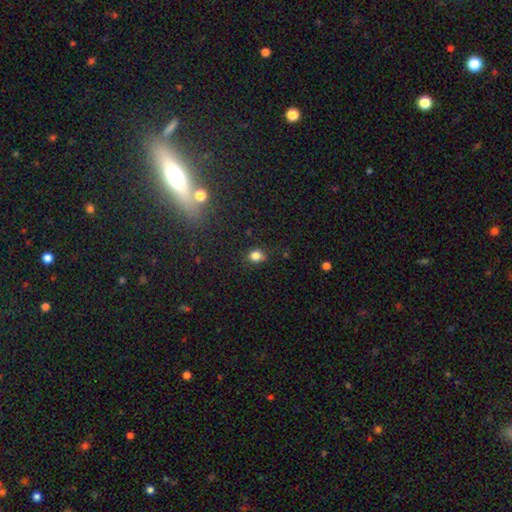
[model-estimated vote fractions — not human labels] Smooth or featured? Predicted: smooth (p=0.82). How rounded? Predicted: round (p=0.62). Merging? Predicted: none (p=0.76).